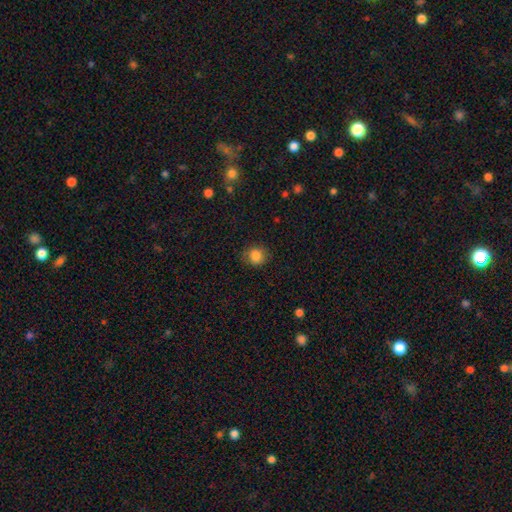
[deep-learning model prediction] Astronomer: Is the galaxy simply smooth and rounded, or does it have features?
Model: smooth — 85%.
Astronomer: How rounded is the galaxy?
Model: round — 82%.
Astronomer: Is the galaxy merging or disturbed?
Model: none — 83%.